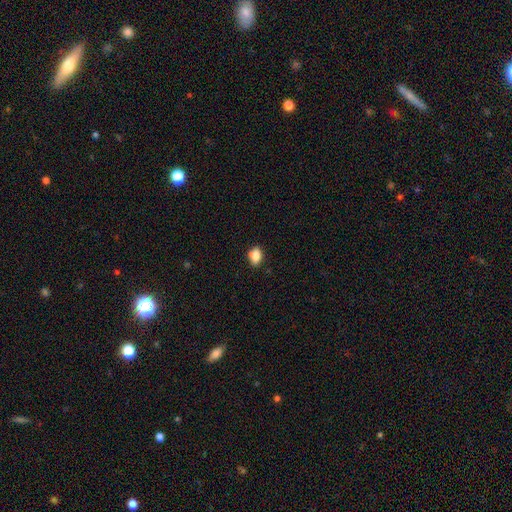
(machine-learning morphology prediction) This appears to be a smooth galaxy with no disk features (82%) that is in between round and cigar-shaped (74%). Merging: none (76%).